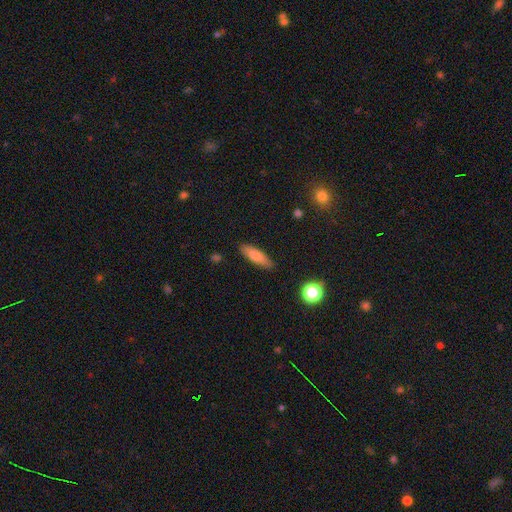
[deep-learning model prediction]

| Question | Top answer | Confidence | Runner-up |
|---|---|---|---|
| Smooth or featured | smooth | 77% | featured or disk (16%) |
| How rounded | cigar-shaped | 54% | in between (43%) |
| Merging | none | 85% | minor disturbance (11%) |